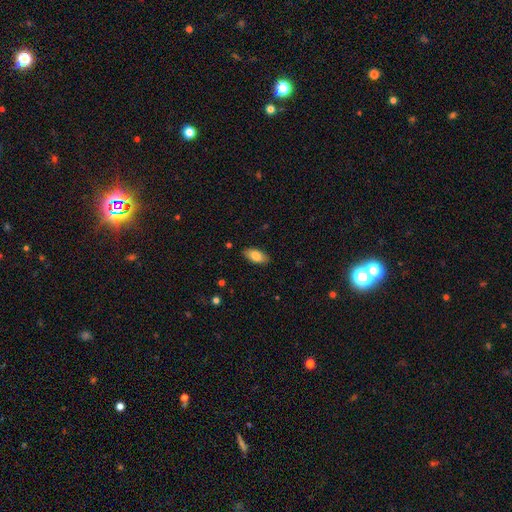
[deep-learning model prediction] This appears to be a smooth galaxy with no disk features (81%) that is in between round and cigar-shaped (91%). Merging: none (88%).